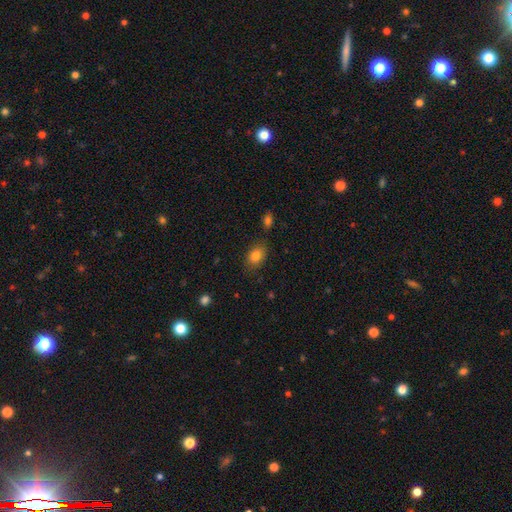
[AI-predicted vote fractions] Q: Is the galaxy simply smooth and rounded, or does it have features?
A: smooth — 83%.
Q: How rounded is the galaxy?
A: in between — 72%.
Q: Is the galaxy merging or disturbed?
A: none — 79%.